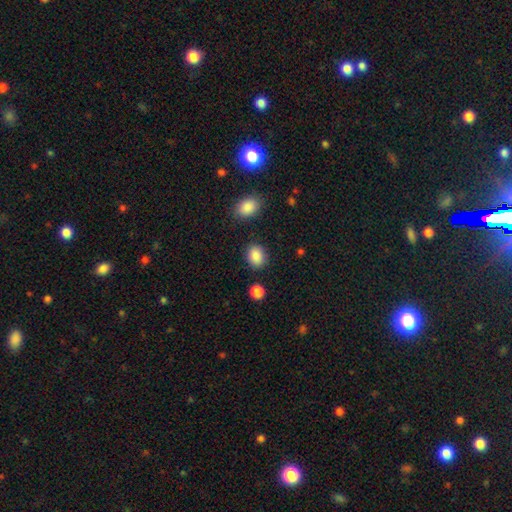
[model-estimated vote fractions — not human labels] Smooth or featured? smooth (88%)
How rounded? in between (54%)
Merging? none (84%)